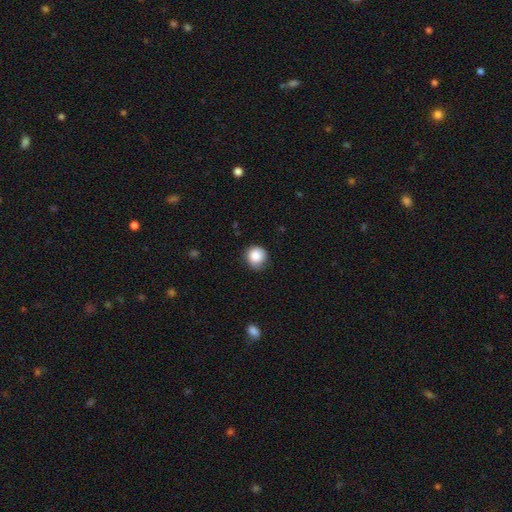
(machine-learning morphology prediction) Smooth or featured?
  - smooth: 86% *
  - star or artifact: 9%
  - featured or disk: 5%
How rounded?
  - round: 90% *
  - in between: 9%
  - cigar-shaped: 1%
Merging?
  - none: 74% *
  - minor disturbance: 21%
  - major disturbance: 4%
  - merger: 1%